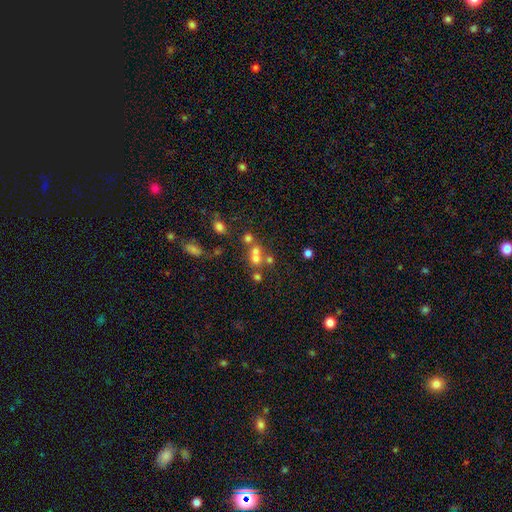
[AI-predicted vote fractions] A smooth galaxy with no disk features (58%) that is round (76%).

Vote fractions:
- Smooth or featured? smooth: 58% / featured or disk: 22% / star or artifact: 20%
- How rounded? round: 76% / in between: 22% / cigar-shaped: 2%
- Merging? merger: 51% / none: 37% / minor disturbance: 8% / major disturbance: 5%